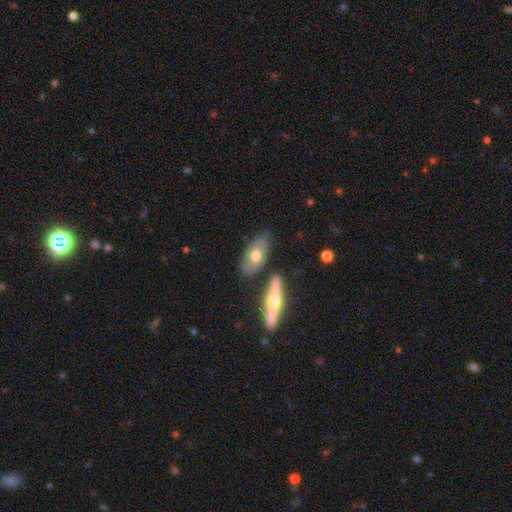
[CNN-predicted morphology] A smooth galaxy with no disk features (52%) that is in between round and cigar-shaped (87%).

Vote fractions:
- Smooth or featured? smooth: 52% / featured or disk: 42% / star or artifact: 6%
- How rounded? in between: 87% / cigar-shaped: 9% / round: 5%
- Merging? none: 70% / minor disturbance: 17% / merger: 9% / major disturbance: 4%